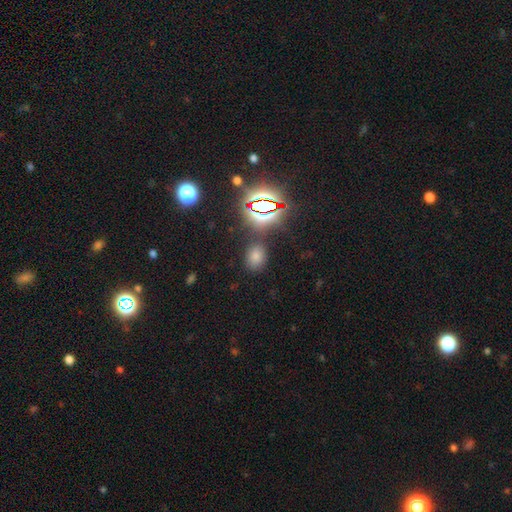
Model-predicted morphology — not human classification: Overall: smooth (53%; star or artifact 40%). How rounded: in between (54%; round 44%). Merging: none (83%).